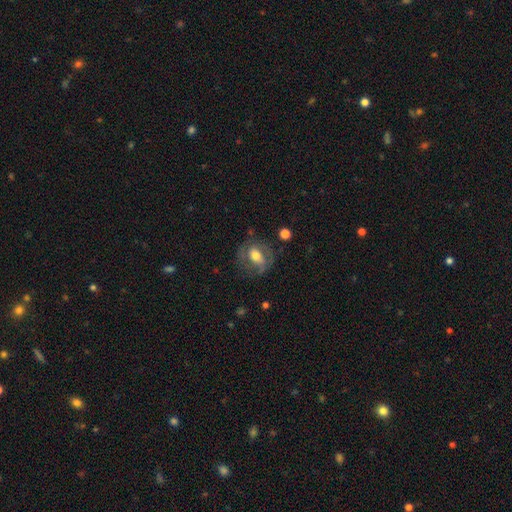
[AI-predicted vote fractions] Smooth or featured? Predicted: featured or disk (p=0.53). Edge-on disk? Predicted: no (p=0.94). Merging? Predicted: none (p=0.64).